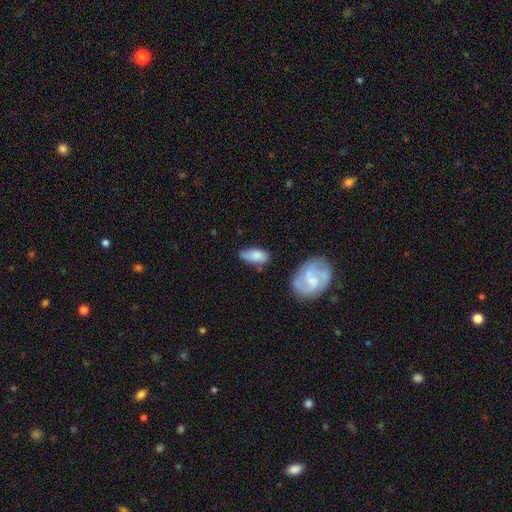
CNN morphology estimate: Smooth or featured? smooth (68%)
How rounded? in between (86%)
Merging? none (52%)